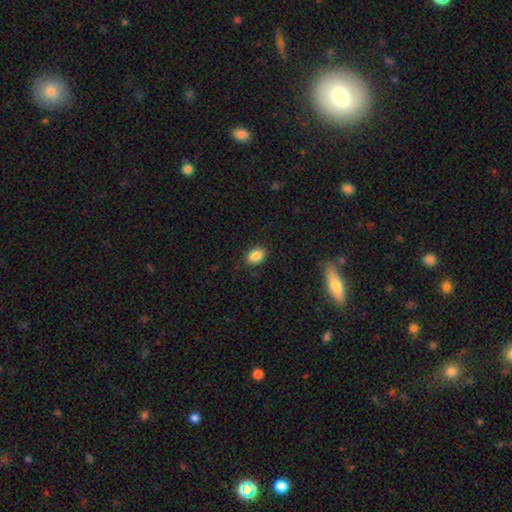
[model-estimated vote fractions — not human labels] A smooth galaxy with no disk features (85%) that is in between round and cigar-shaped (82%). Merging: none (85%).